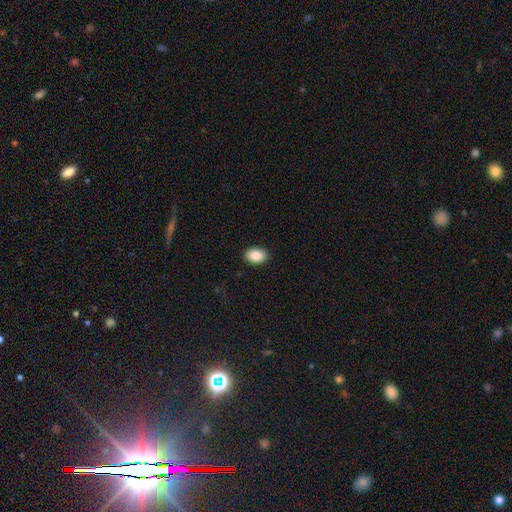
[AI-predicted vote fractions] The model was most divided on "how rounded": in between: 84%, round: 15%, cigar-shaped: 1%. More confident: merging — none (89%); smooth or featured — smooth (89%).